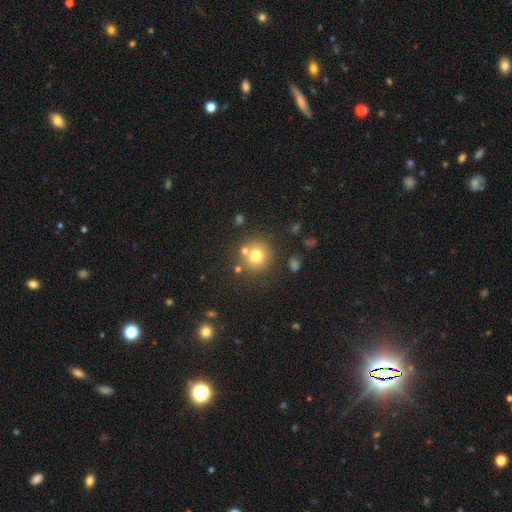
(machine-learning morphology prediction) This is likely a smooth galaxy (73%). How rounded: clearly round (91%). Merging: likely none (74%).